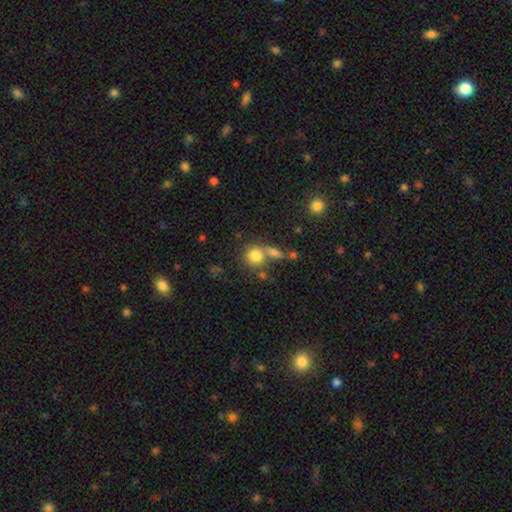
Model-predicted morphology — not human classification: smooth_or_featured: smooth (p=0.80) [alt: star or artifact p=0.10]
how_rounded: round (p=0.85) [alt: in between p=0.13]
merging: none (p=0.52) [alt: merger p=0.32]